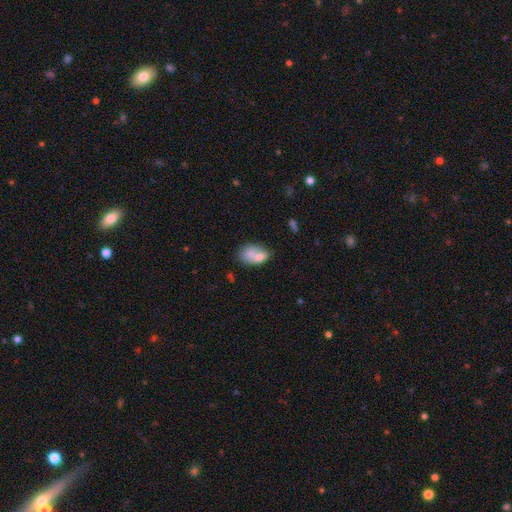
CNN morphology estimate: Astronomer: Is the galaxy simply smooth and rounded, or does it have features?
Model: smooth — 71%.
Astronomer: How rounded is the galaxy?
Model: in between — 83%.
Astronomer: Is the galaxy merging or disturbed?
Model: merger — 42% (runner-up: none, 31%).